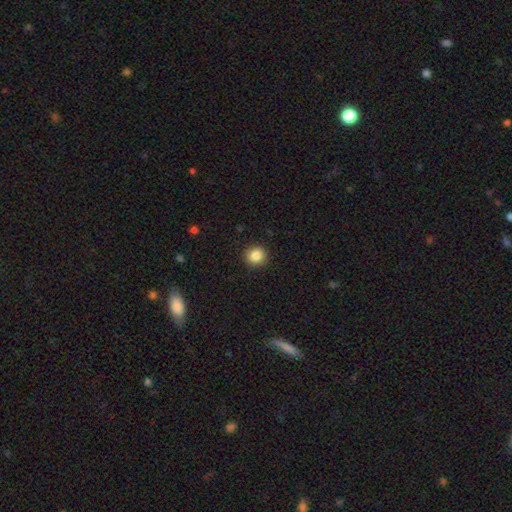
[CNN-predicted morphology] Smooth or featured? Predicted: smooth (p=0.86). How rounded? Predicted: round (p=0.87). Merging? Predicted: none (p=0.90).